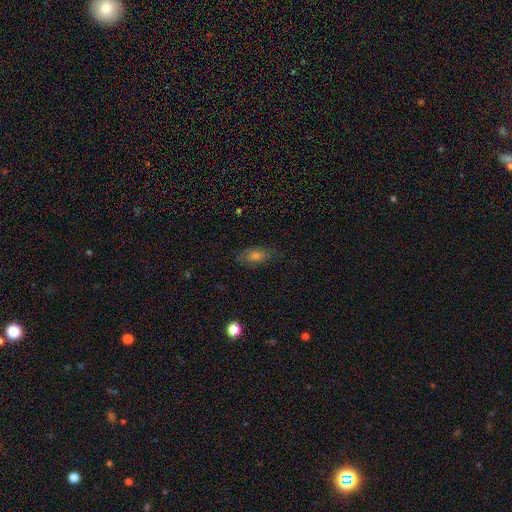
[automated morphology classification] Q: Smooth or featured?
A: smooth (60%); runner-up: featured or disk (24%)
Q: How rounded?
A: in between (79%); runner-up: round (11%)
Q: Merging?
A: none (77%); runner-up: minor disturbance (17%)